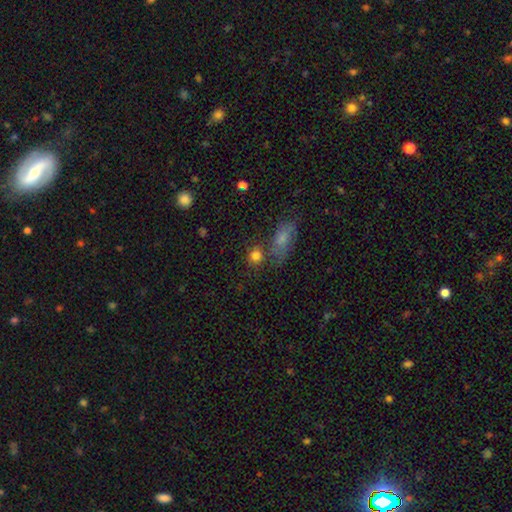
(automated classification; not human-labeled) Smooth or featured?
  - smooth: 80% *
  - star or artifact: 12%
  - featured or disk: 9%
How rounded?
  - round: 83% *
  - in between: 16%
  - cigar-shaped: 2%
Merging?
  - none: 62% *
  - merger: 21%
  - minor disturbance: 11%
  - major disturbance: 5%